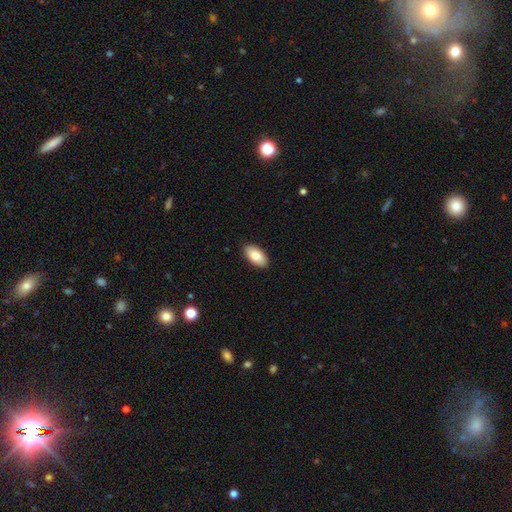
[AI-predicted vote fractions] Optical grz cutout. It shows a smooth galaxy with no disk features (84%) that is in between round and cigar-shaped (95%). Merging: none (89%).